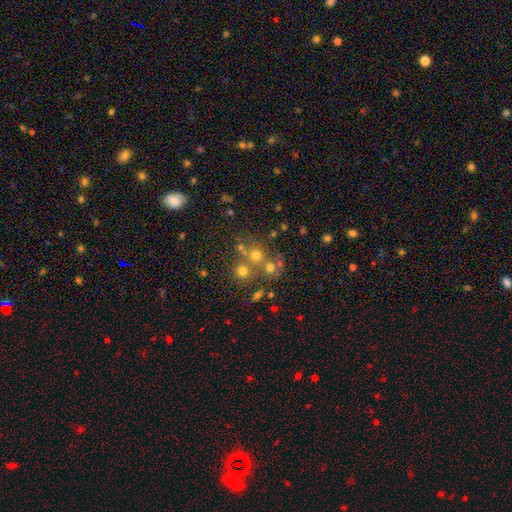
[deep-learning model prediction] smooth 55%, star or artifact 28%, featured or disk 17%. Down the decision tree: how rounded — round (84%); merging — none (55%).